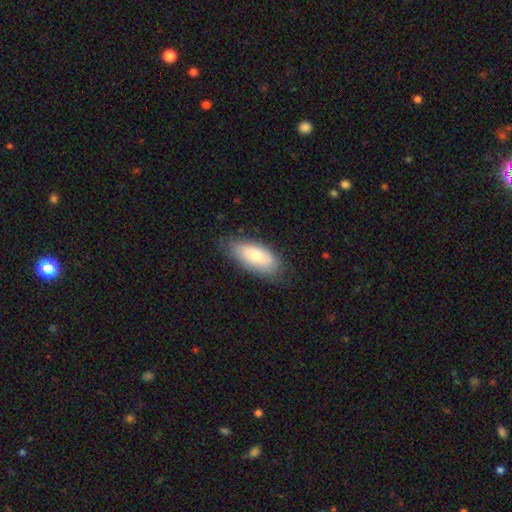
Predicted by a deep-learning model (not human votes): Overall: smooth (72%). How rounded: in between (89%). Merging: none (76%).